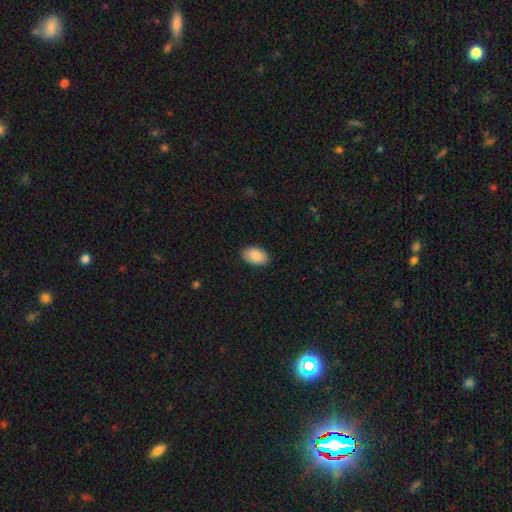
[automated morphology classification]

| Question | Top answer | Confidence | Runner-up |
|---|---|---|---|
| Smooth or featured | smooth | 90% | star or artifact (6%) |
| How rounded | in between | 93% | round (5%) |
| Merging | none | 88% | minor disturbance (9%) |